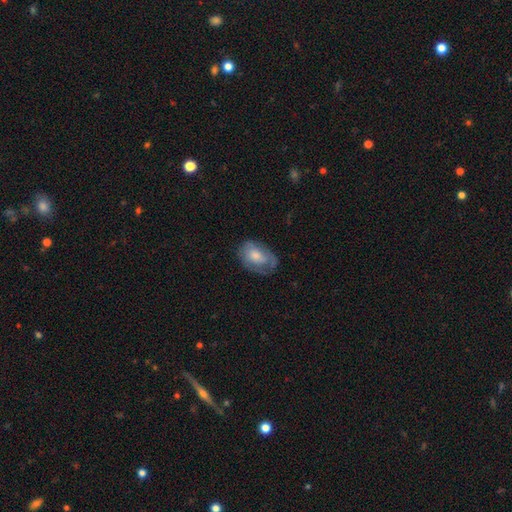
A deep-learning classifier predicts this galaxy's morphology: This is possibly a smooth galaxy (58%). How rounded: clearly in between (86%). Merging: possibly none (57%).